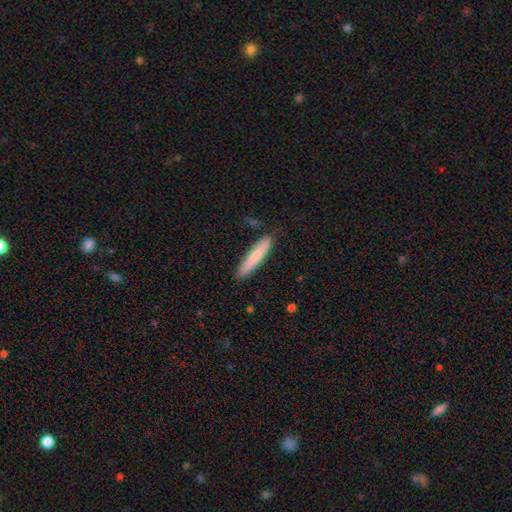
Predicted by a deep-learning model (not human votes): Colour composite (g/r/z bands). It shows a smooth galaxy with no disk features (73%) that is cigar-shaped (86%). Merging: none (84%).